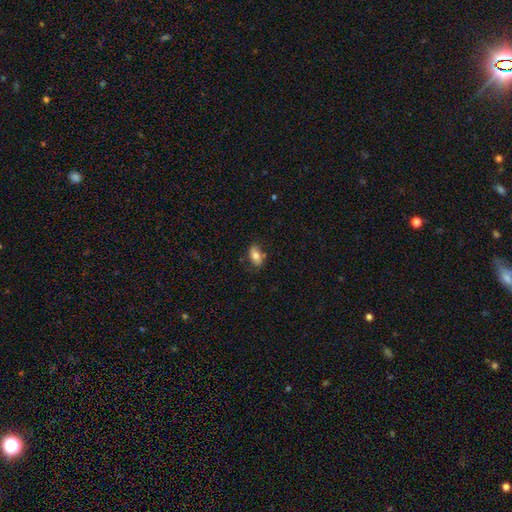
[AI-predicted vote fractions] This is likely a smooth galaxy (75%). How rounded: clearly in between (90%). Merging: likely none (75%).